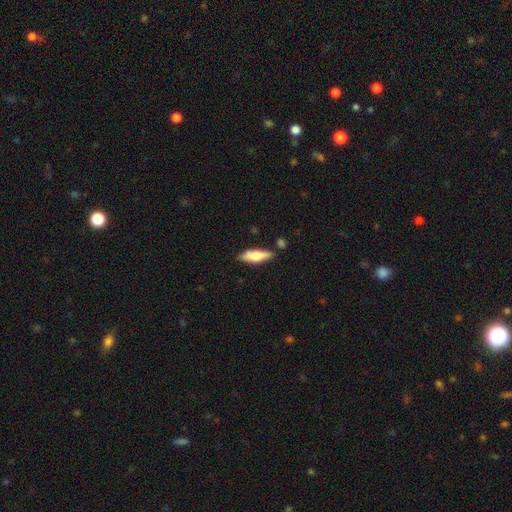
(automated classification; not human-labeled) Smooth or featured? Predicted: smooth (p=0.57). How rounded? Predicted: cigar-shaped (p=0.52). Merging? Predicted: none (p=0.78).